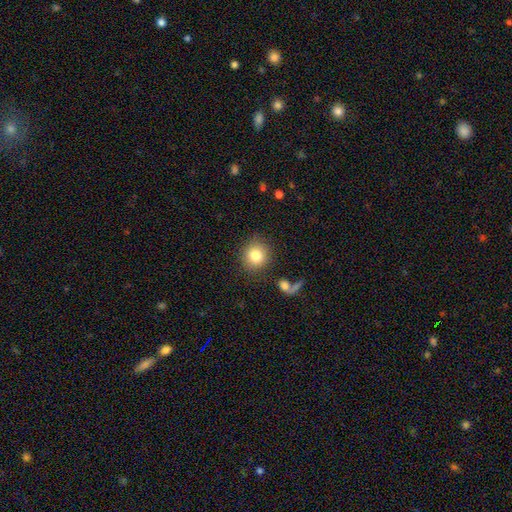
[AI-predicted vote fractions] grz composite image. It shows a smooth galaxy with no disk features (82%) that is round (88%). Merging: none (82%).